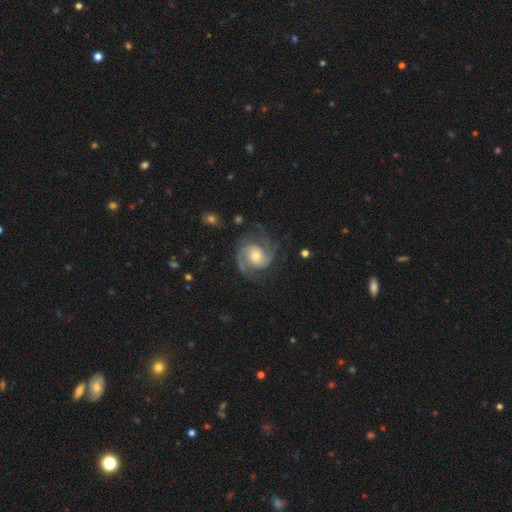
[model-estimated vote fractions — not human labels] This appears to be a featured or disk galaxy (90%) with no bar (59%), 2 (71%) medium (50%) spiral arms (98%) and a moderate central bulge (62%). Merging: none (73%).